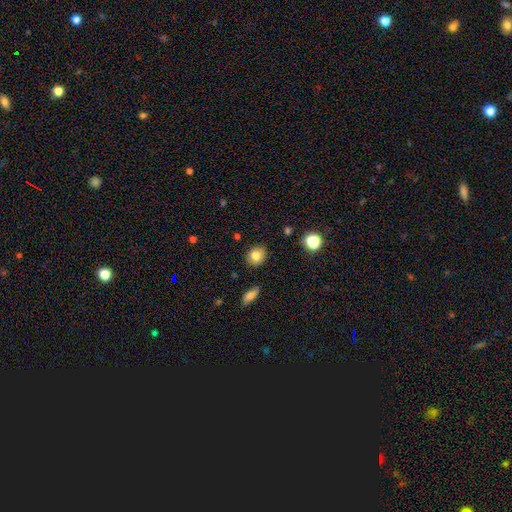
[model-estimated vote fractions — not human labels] This is clearly a smooth galaxy (80%). How rounded: likely round (67%). Merging: clearly none (87%).